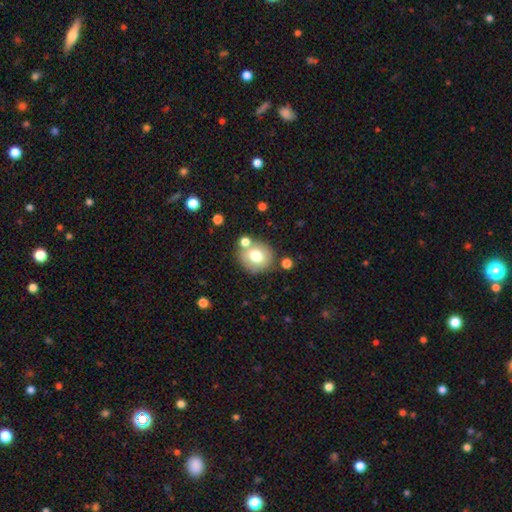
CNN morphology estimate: smooth 70%, featured or disk 19%, star or artifact 10%. Down the decision tree: how rounded — round (76%); merging — none (71%).